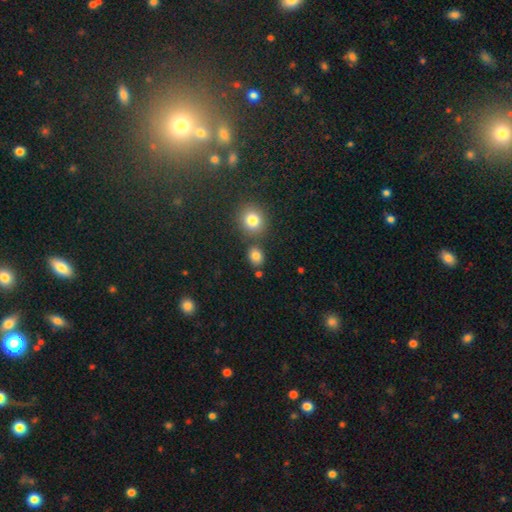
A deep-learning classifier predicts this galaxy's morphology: A smooth galaxy with no disk features (81%) that is round (54%). Merging: none (75%).